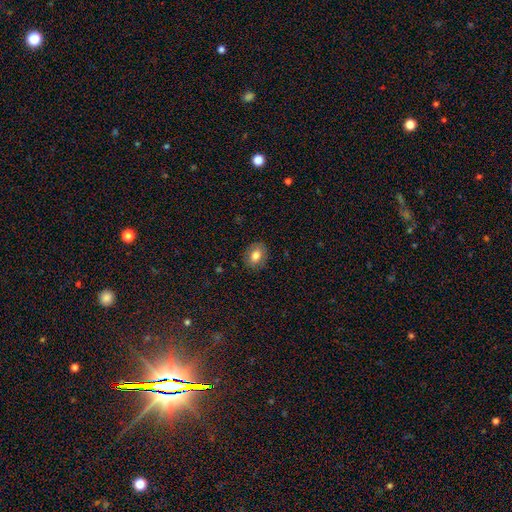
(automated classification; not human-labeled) Smooth or featured?
  - smooth: 79% *
  - featured or disk: 12%
  - star or artifact: 9%
How rounded?
  - in between: 51% *
  - round: 48%
  - cigar-shaped: 1%
Merging?
  - none: 87% *
  - minor disturbance: 9%
  - major disturbance: 2%
  - merger: 1%